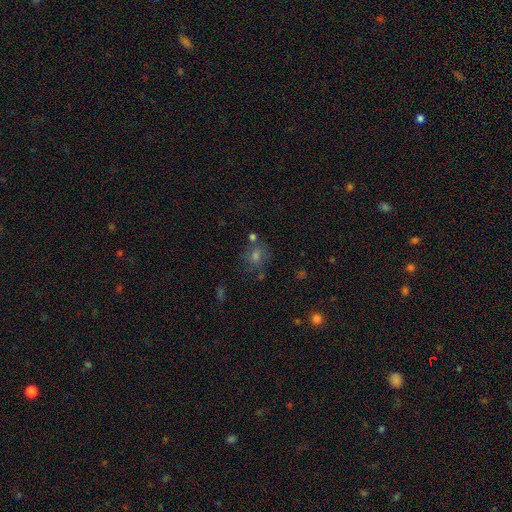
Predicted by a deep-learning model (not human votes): Q: Smooth or featured?
A: smooth (50%); runner-up: star or artifact (29%)
Q: Merging?
A: none (66%); runner-up: minor disturbance (16%)